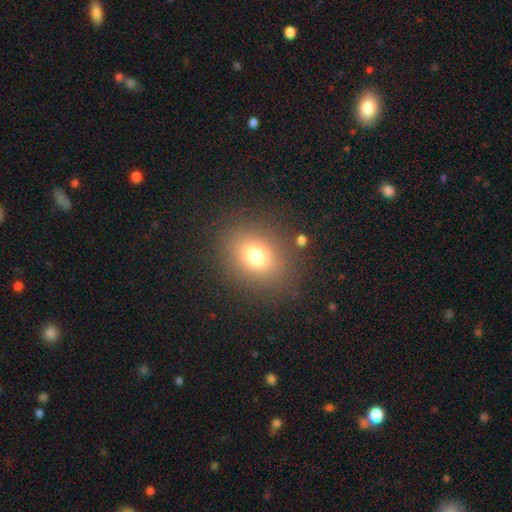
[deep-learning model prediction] This appears to be a smooth galaxy with no disk features (74%) that is round (53%). Merging: none (85%).